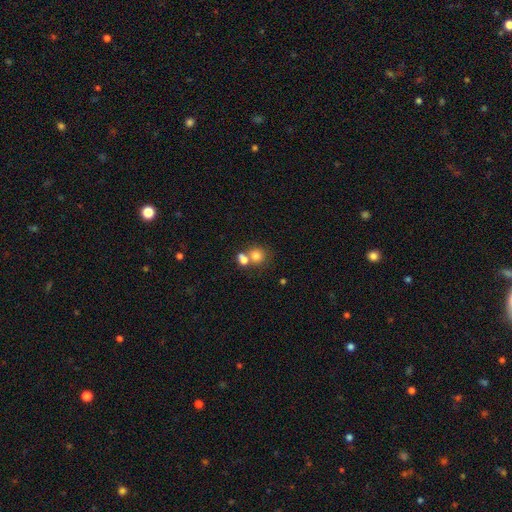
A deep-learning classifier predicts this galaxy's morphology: Smooth or featured: smooth — 78% (star or artifact — 11%)
How rounded: round — 77% (in between — 22%)
Merging: merger — 46% (none — 42%)